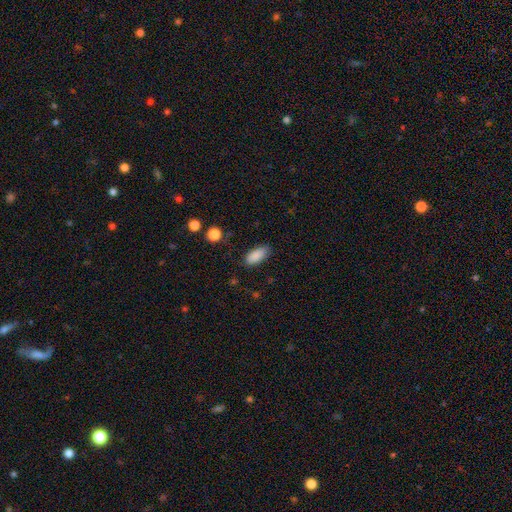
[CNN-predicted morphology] A smooth galaxy with no disk features (89%) that is in between round and cigar-shaped (89%).

Vote fractions:
- Smooth or featured? smooth: 89% / star or artifact: 7% / featured or disk: 4%
- How rounded? in between: 89% / cigar-shaped: 9% / round: 2%
- Merging? none: 81% / minor disturbance: 14% / major disturbance: 3% / merger: 1%